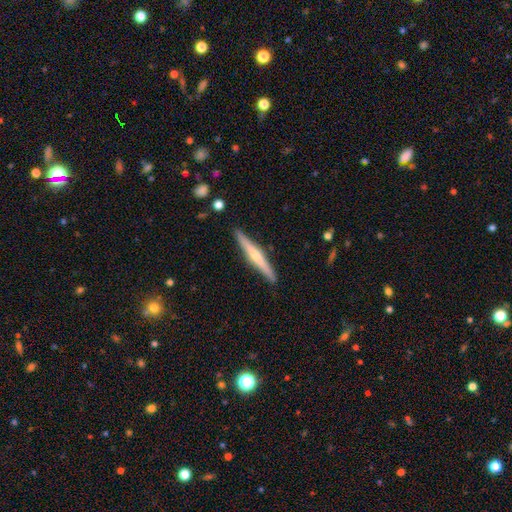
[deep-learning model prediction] A featured or disk galaxy (60%) viewed edge-on (97%) with a rounded central bulge (72%).

Vote fractions:
- Smooth or featured? featured or disk: 60% / smooth: 35% / star or artifact: 6%
- Edge-on disk? yes: 97% / no: 3%
- Edge-on bulge? rounded: 72% / none: 22% / boxy: 6%
- Merging? none: 91% / minor disturbance: 7% / major disturbance: 1% / merger: 1%